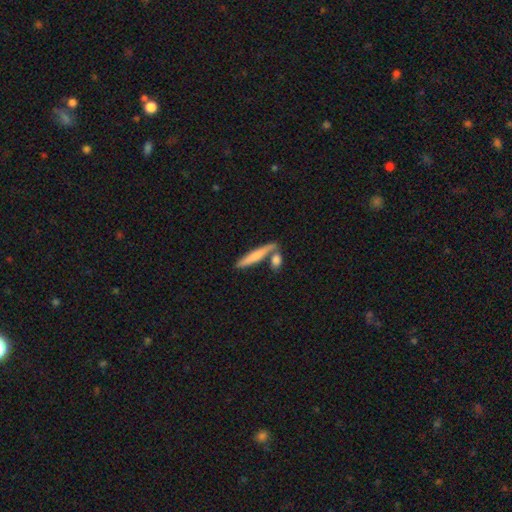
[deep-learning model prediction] smooth-or-featured: smooth: 63% | featured or disk: 31% | star or artifact: 6%
  how-rounded: cigar-shaped: 86% | in between: 11% | round: 3%
  merging: none: 62% | merger: 23% | minor disturbance: 11% | major disturbance: 4%